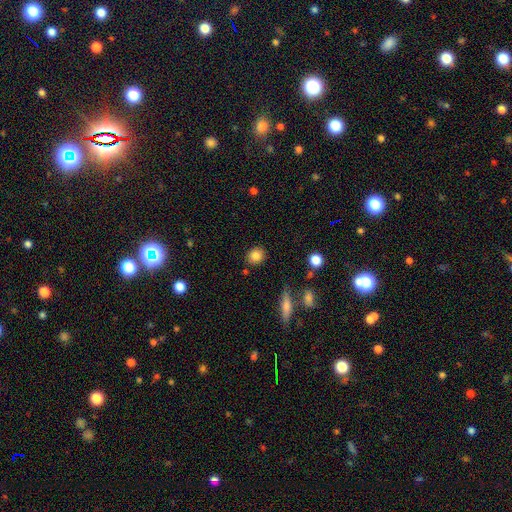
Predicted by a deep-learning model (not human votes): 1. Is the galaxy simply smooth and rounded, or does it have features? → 83% smooth, 9% star or artifact, 7% featured or disk.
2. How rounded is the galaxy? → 78% round, 21% in between, 2% cigar-shaped.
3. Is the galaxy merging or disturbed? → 87% none, 8% minor disturbance, 3% merger, 2% major disturbance.